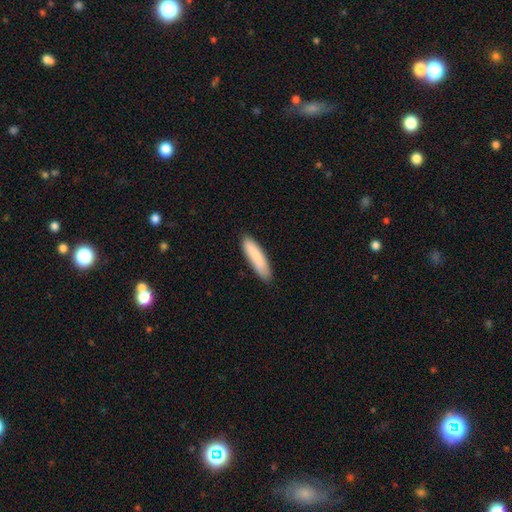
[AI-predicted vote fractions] Smooth or featured? Predicted: smooth (p=0.86). How rounded? Predicted: cigar-shaped (p=0.74). Merging? Predicted: none (p=0.84).